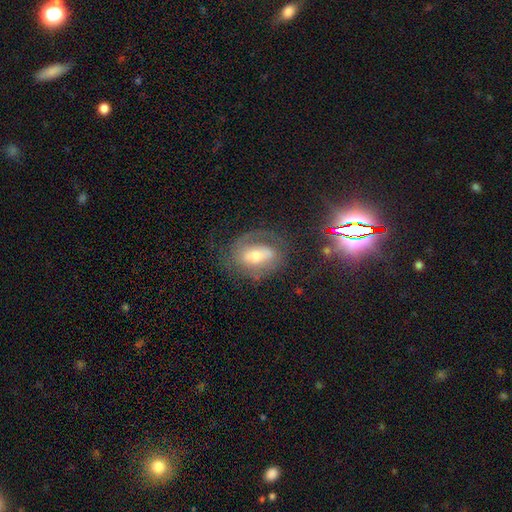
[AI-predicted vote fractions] The model was most divided on "bar" (2-way tie): weak: 35%, strong: 35%, no: 30%. More confident: edge-on disk — no (94%); spiral arms — yes (76%); smooth or featured — featured or disk (66%); merging — none (60%); bulge size — moderate (60%).